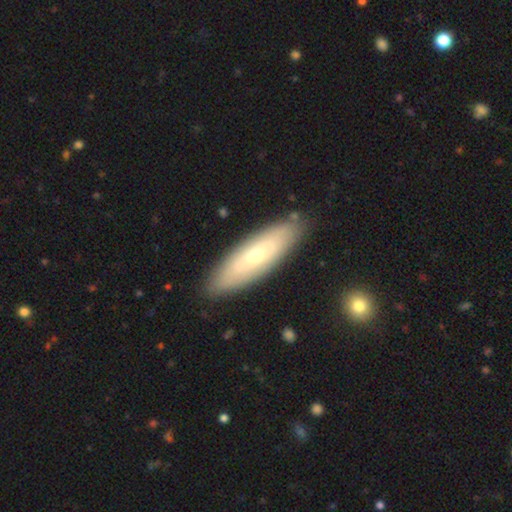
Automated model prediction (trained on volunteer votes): Morphology: type=smooth (51%); roundness=cigar-shaped (51%); merging=none (86%).